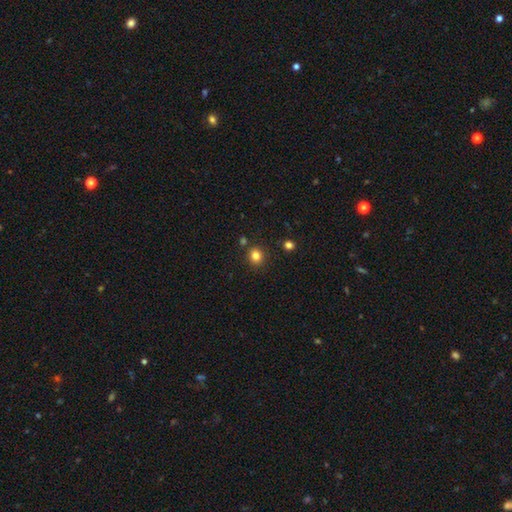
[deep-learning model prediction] Morphology: type=smooth (82%); roundness=round (79%); merging=none (85%).